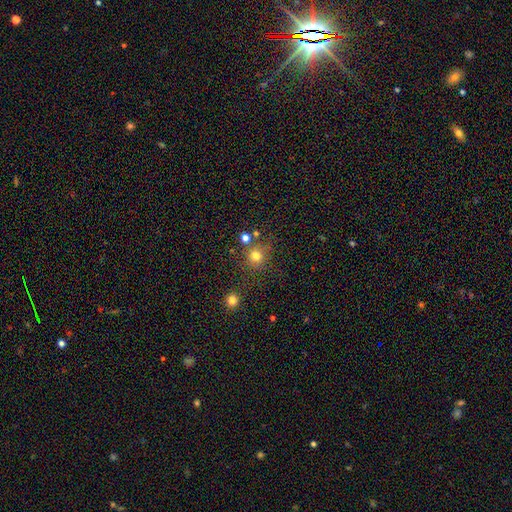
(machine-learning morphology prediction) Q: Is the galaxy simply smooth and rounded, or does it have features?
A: smooth — 76%.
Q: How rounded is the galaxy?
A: round — 91%.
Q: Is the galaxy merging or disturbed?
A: none — 74%.